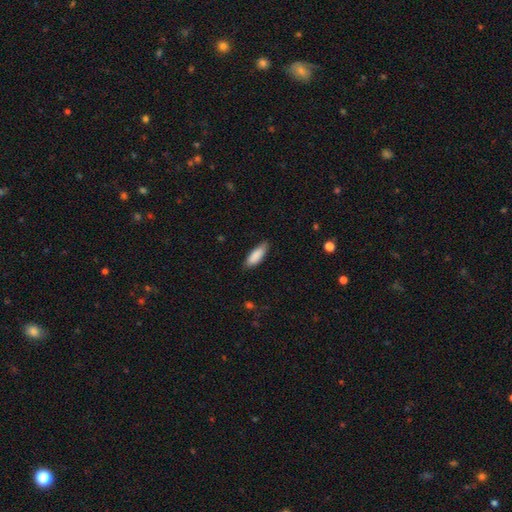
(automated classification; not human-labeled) Overall: smooth (88%). How rounded: in between (64%; cigar-shaped 34%). Merging: none (79%).